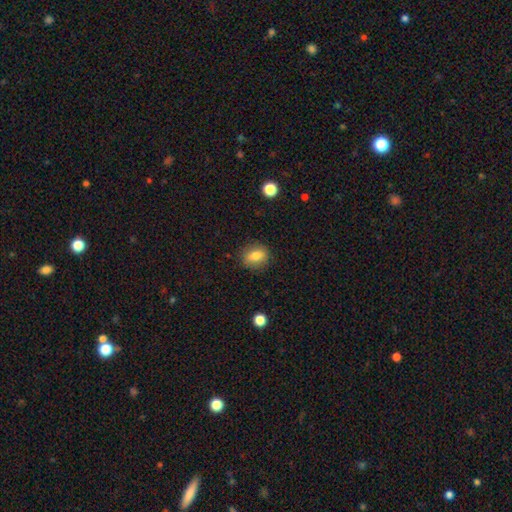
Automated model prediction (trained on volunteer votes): Smooth or featured?
  - smooth: 77% *
  - featured or disk: 13%
  - star or artifact: 10%
How rounded?
  - round: 53% *
  - in between: 45%
  - cigar-shaped: 2%
Merging?
  - none: 85% *
  - minor disturbance: 11%
  - major disturbance: 3%
  - merger: 1%